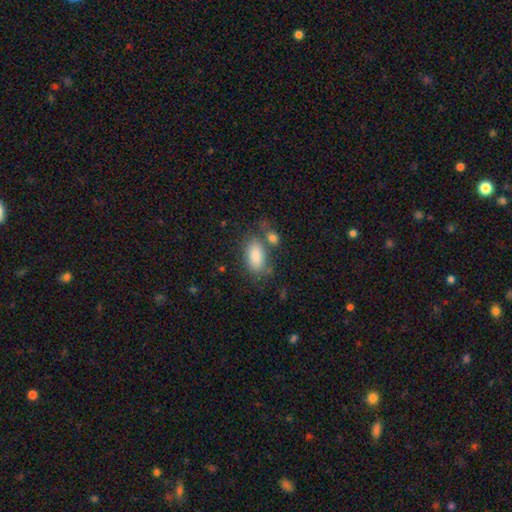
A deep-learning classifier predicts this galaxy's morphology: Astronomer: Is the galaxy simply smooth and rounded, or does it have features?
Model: smooth — 84%.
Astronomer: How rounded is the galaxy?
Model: in between — 91%.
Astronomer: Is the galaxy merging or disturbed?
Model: none — 58%.